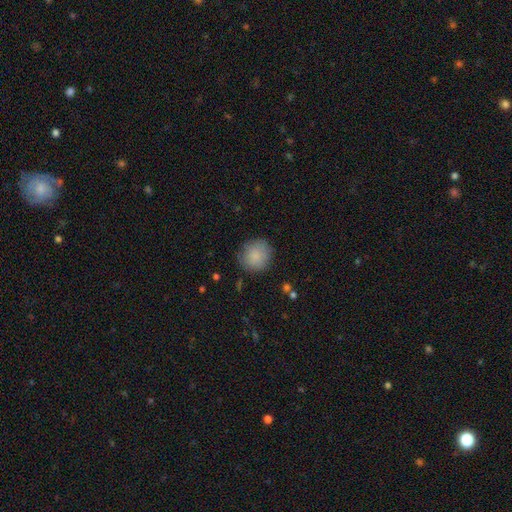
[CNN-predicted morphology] A smooth galaxy with no disk features (85%) that is round (91%).

Vote fractions:
- Smooth or featured? smooth: 85% / featured or disk: 8% / star or artifact: 7%
- How rounded? round: 91% / in between: 8% / cigar-shaped: 1%
- Merging? none: 80% / minor disturbance: 15% / major disturbance: 4% / merger: 1%